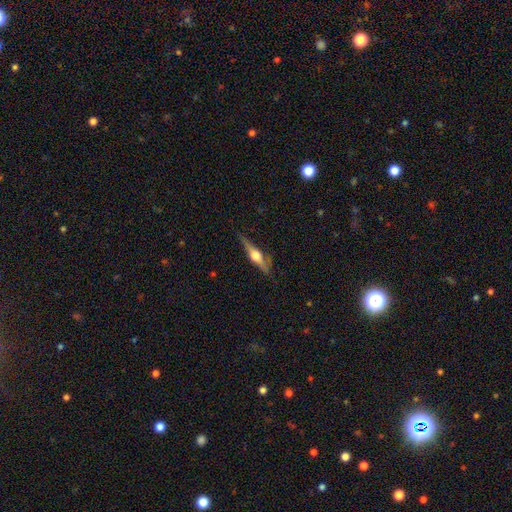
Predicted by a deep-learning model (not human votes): Smooth or featured?
  - featured or disk: 70% *
  - smooth: 24%
  - star or artifact: 6%
Edge-on disk?
  - yes: 96% *
  - no: 4%
Edge-on bulge?
  - rounded: 93% *
  - boxy: 5%
  - none: 2%
Merging?
  - none: 77% *
  - minor disturbance: 17%
  - major disturbance: 5%
  - merger: 2%